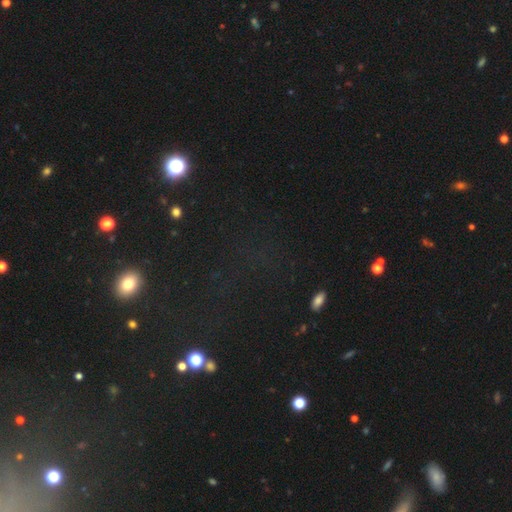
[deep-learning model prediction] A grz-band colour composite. It shows a star or artifact, not a galaxy (65%).